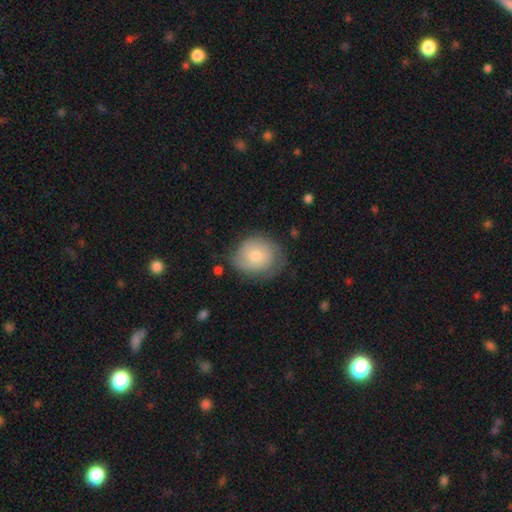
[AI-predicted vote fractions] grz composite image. It shows a smooth galaxy with no disk features (59%) that is round (69%). Merging: none (61%).